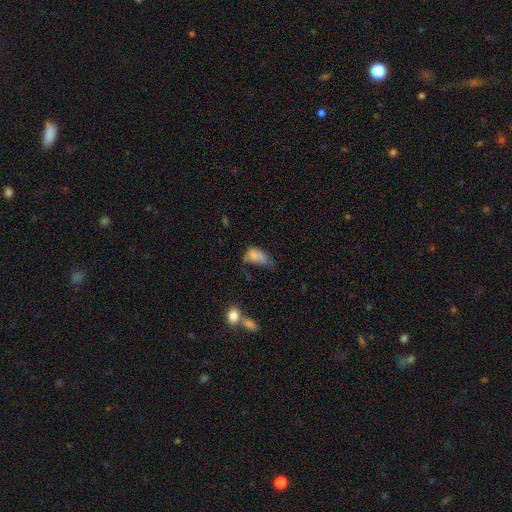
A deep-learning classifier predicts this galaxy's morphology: This appears to be a smooth galaxy with no disk features (74%) that is in between round and cigar-shaped (88%). Merging: major disturbance (38%).